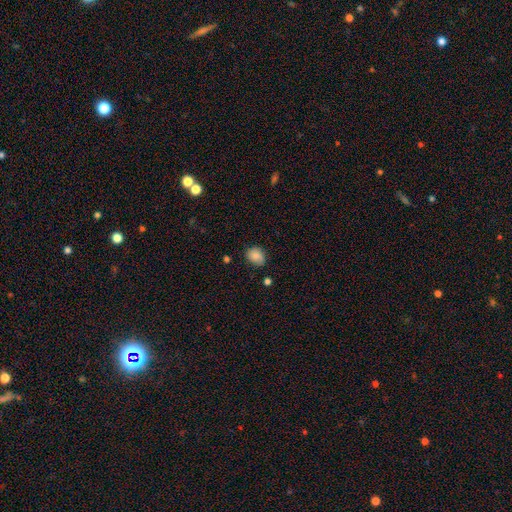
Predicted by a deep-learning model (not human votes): The model was most divided on "how rounded": round: 52%, in between: 47%, cigar-shaped: 1%. More confident: smooth or featured — smooth (84%); merging — none (75%).